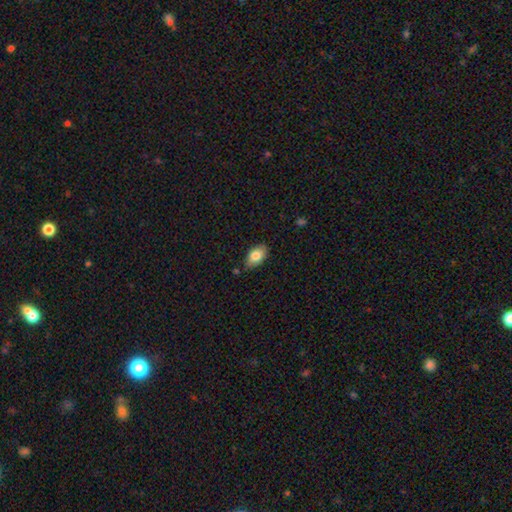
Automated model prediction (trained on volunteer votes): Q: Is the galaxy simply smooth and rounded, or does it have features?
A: smooth — 82%.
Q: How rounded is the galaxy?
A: in between — 91%.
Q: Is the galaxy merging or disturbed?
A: none — 78%.